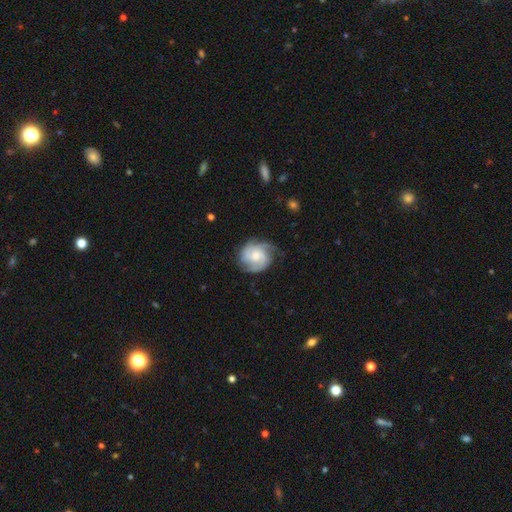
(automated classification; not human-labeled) Morphology: type=featured or disk (76%); edge-on=no (98%); bar=no (67%); spiral arms=yes (95%); winding=tight (48%); arm count=2 (42%); bulge=moderate (50%); merging=none (66%).